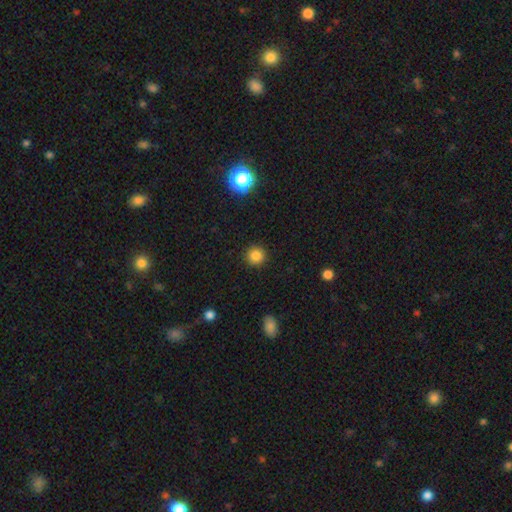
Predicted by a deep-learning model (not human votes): Smooth or featured? Predicted: smooth (p=0.83). How rounded? Predicted: round (p=0.94). Merging? Predicted: none (p=0.92).